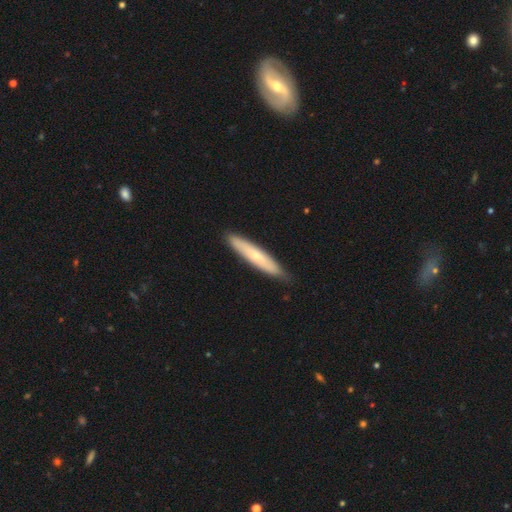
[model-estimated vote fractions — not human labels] Smooth or featured: smooth — 58% (featured or disk — 36%)
How rounded: cigar-shaped — 90% (in between — 9%)
Merging: none — 86% (minor disturbance — 11%)